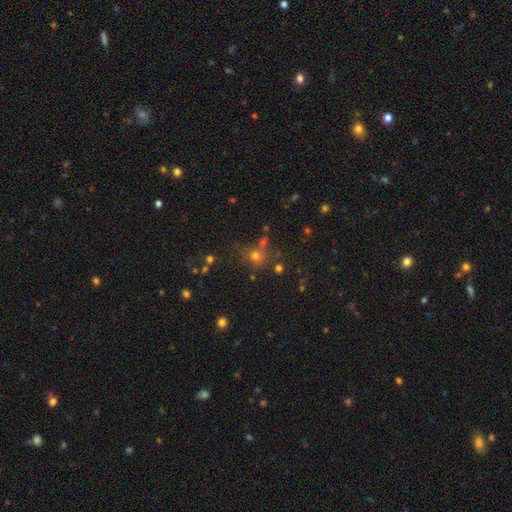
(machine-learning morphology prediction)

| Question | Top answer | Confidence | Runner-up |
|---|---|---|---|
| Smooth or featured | smooth | 59% | star or artifact (32%) |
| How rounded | round | 86% | in between (13%) |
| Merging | none | 69% | merger (14%) |